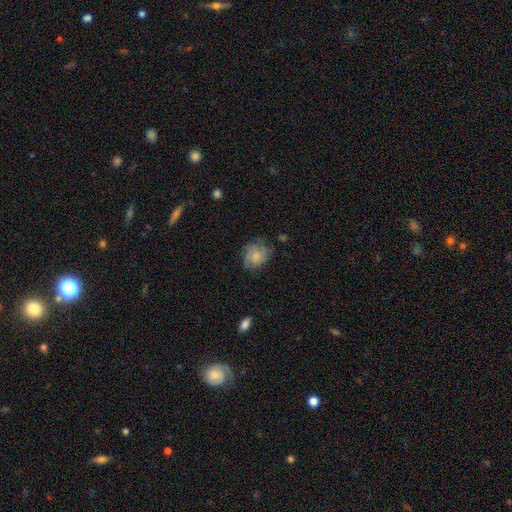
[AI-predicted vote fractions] The model was most divided on "smooth or featured": featured or disk: 47%, smooth: 44%, star or artifact: 9%. More confident: merging — none (64%).